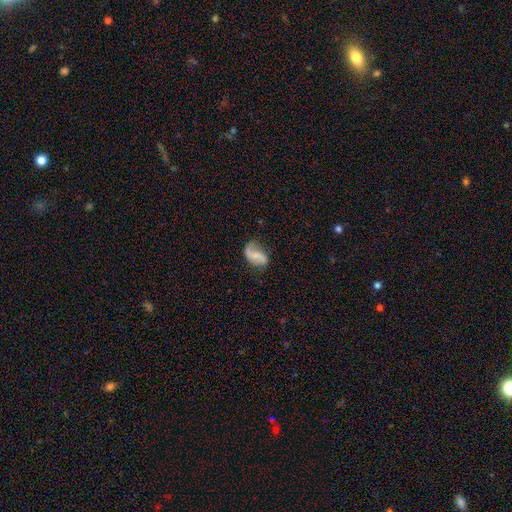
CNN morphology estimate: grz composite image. It shows a featured or disk galaxy (67%) with a weak bar (41%), 2 (81%) loose (71%) spiral arms (90%) and a small central bulge (47%). Merging: none (58%).